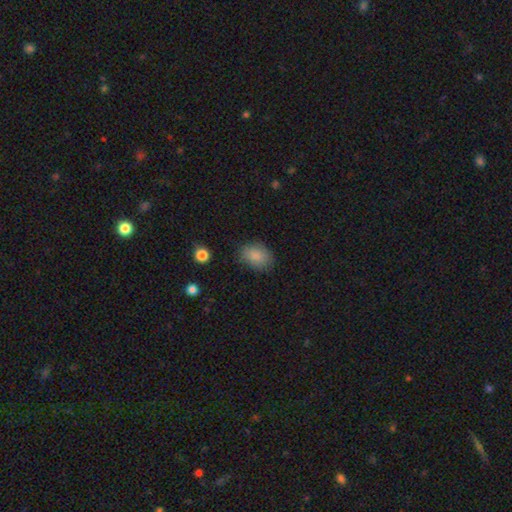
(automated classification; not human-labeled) Q: Smooth or featured?
A: smooth (85%); runner-up: star or artifact (8%)
Q: How rounded?
A: in between (75%); runner-up: round (24%)
Q: Merging?
A: none (76%); runner-up: minor disturbance (18%)